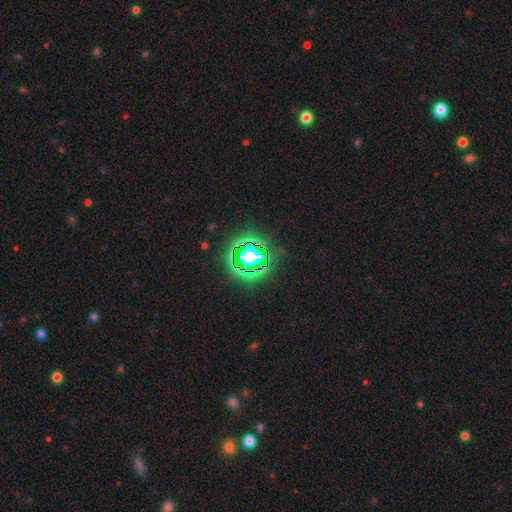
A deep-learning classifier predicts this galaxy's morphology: Overall: star or artifact (84%).